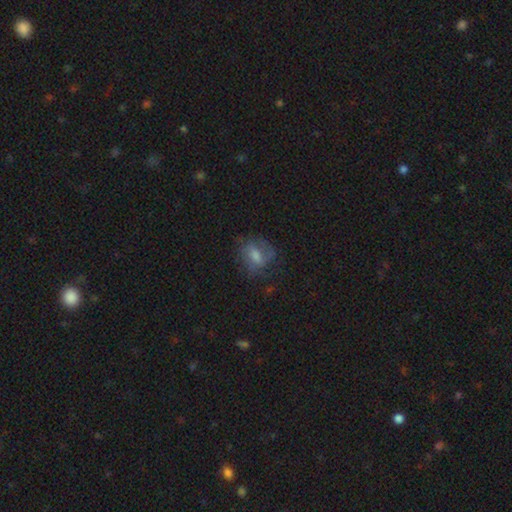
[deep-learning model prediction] The model was most divided on "smooth or featured": featured or disk: 46%, smooth: 43%, star or artifact: 11%. More confident: merging — none (57%).